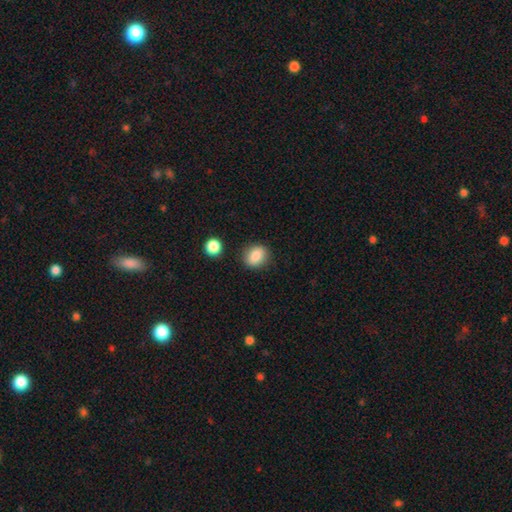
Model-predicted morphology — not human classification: smooth_or_featured: smooth (p=0.86) [alt: star or artifact p=0.09]
how_rounded: round (p=0.58) [alt: in between p=0.41]
merging: none (p=0.83) [alt: minor disturbance p=0.11]